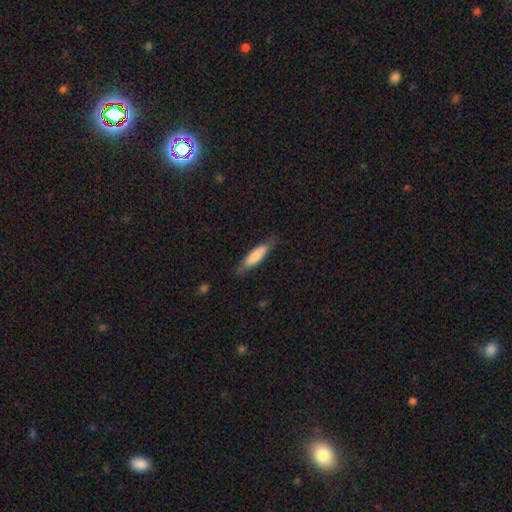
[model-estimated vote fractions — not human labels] Smooth or featured?
  - smooth: 76% *
  - featured or disk: 19%
  - star or artifact: 5%
How rounded?
  - cigar-shaped: 63% *
  - in between: 36%
  - round: 1%
Merging?
  - none: 77% *
  - minor disturbance: 18%
  - major disturbance: 4%
  - merger: 1%